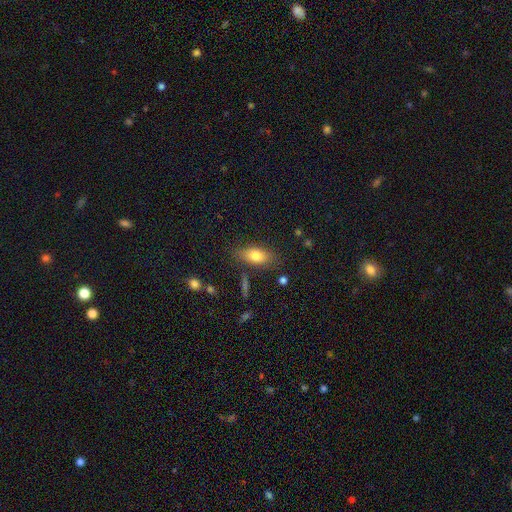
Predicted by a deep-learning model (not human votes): smooth-or-featured: smooth: 78% | featured or disk: 14% | star or artifact: 8%
  how-rounded: in between: 84% | cigar-shaped: 9% | round: 6%
  merging: none: 78% | minor disturbance: 15% | major disturbance: 4% | merger: 3%